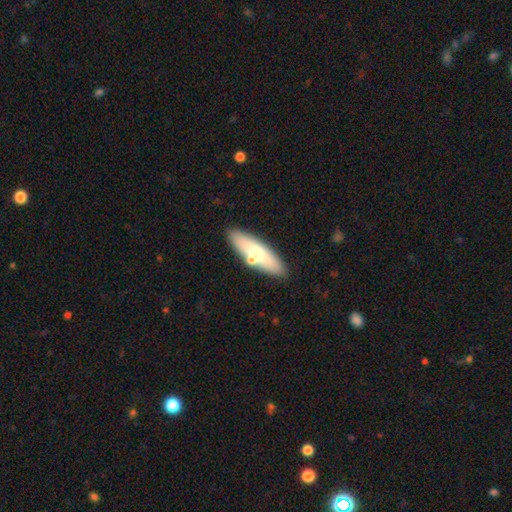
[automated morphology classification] Smooth or featured? smooth (64%)
How rounded? cigar-shaped (57%)
Merging? none (77%)